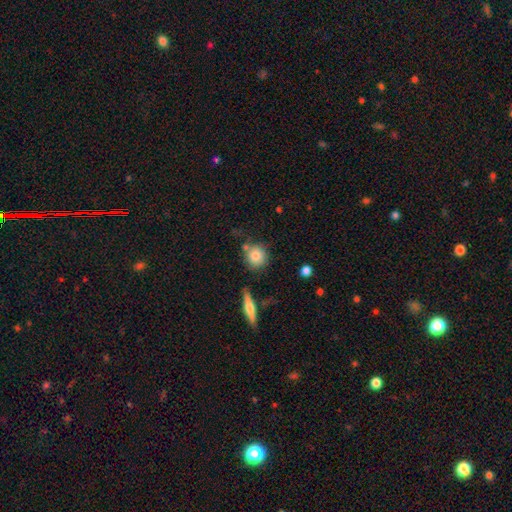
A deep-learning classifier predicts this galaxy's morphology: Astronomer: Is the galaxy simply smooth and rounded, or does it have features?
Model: smooth — 80%.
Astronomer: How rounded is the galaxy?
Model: round — 87%.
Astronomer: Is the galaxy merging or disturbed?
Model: none — 71%.